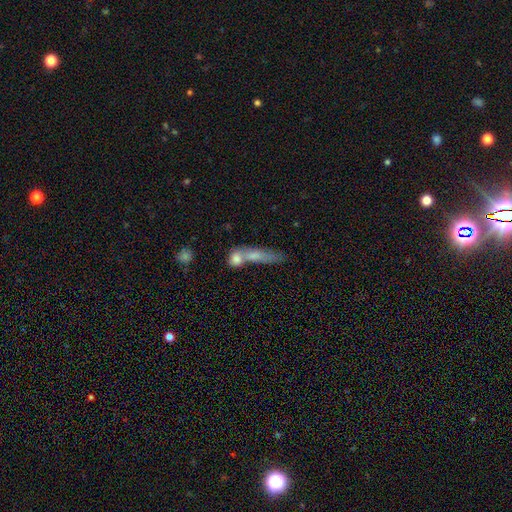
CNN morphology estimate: smooth-or-featured: smooth: 68% | featured or disk: 23% | star or artifact: 9%
  how-rounded: cigar-shaped: 56% | in between: 33% | round: 11%
  merging: merger: 56% | none: 26% | minor disturbance: 10% | major disturbance: 8%